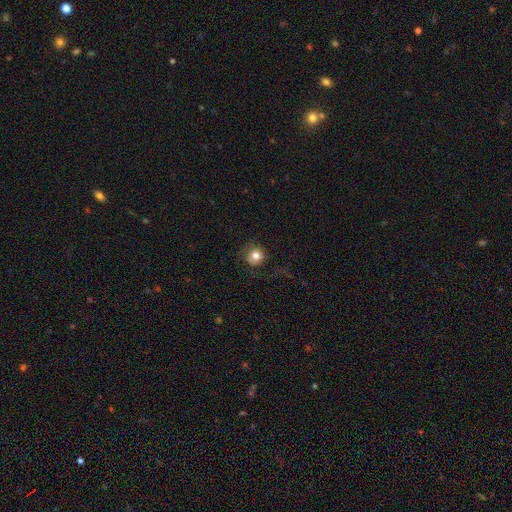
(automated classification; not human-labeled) The model was most divided on "merging": none: 75%, minor disturbance: 14%, major disturbance: 10%, merger: 1%. More confident: how rounded — round (91%); smooth or featured — smooth (79%).